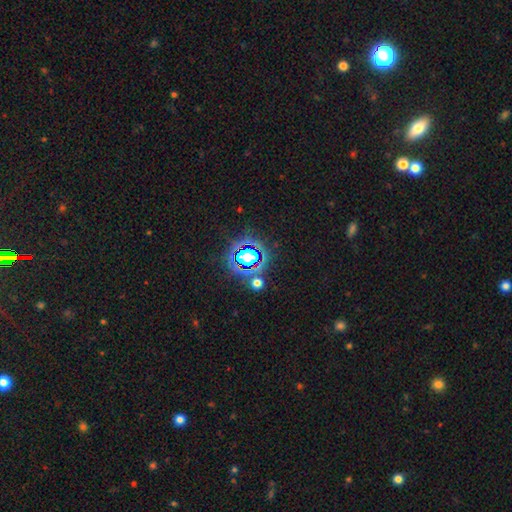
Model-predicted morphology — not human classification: This is likely a star or artifact rather than a galaxy (77%).